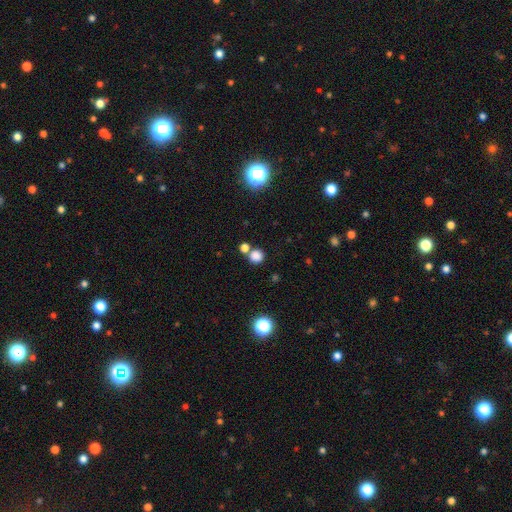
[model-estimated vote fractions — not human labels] Smooth or featured? Predicted: smooth (p=0.80). How rounded? Predicted: round (p=0.90). Merging? Predicted: none (p=0.66).